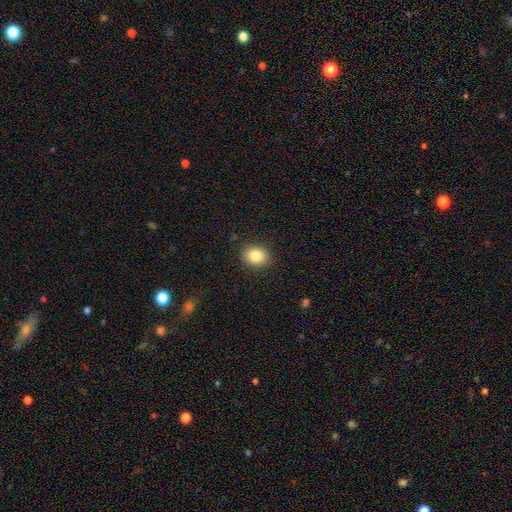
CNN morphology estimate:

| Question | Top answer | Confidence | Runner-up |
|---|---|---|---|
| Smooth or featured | smooth | 84% | star or artifact (9%) |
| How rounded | round | 58% | in between (41%) |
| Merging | none | 89% | minor disturbance (8%) |